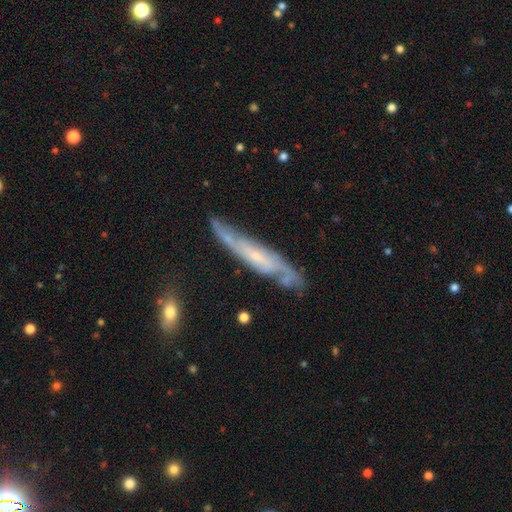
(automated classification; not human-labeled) This appears to be a featured or disk galaxy (78%). Merging: none (69%).